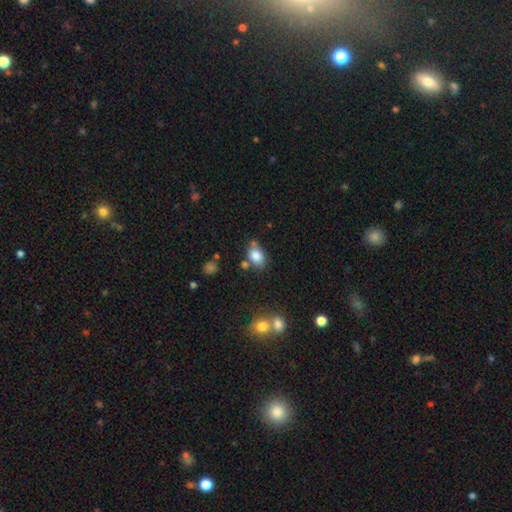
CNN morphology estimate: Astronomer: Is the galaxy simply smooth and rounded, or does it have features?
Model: smooth — 83%.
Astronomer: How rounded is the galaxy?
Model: in between — 73%.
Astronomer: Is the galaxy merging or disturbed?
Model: none — 60%.